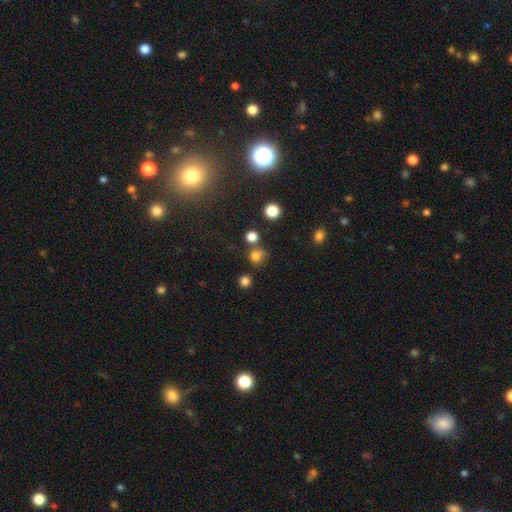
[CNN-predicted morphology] smooth-or-featured: smooth: 75% | star or artifact: 18% | featured or disk: 7%
  how-rounded: round: 85% | in between: 14% | cigar-shaped: 1%
  merging: none: 66% | merger: 14% | minor disturbance: 14% | major disturbance: 6%